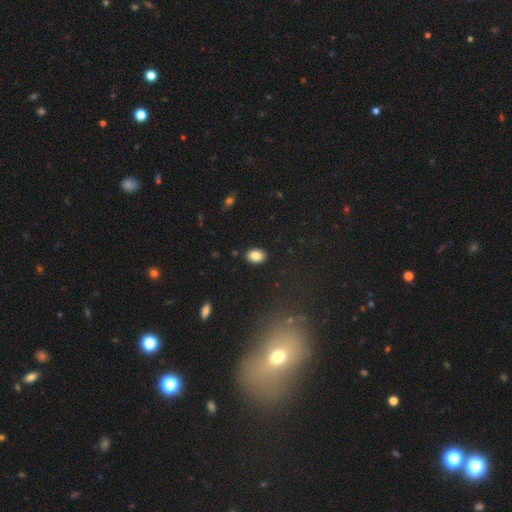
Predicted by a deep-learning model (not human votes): Smooth or featured? smooth (85%)
How rounded? in between (77%)
Merging? none (89%)